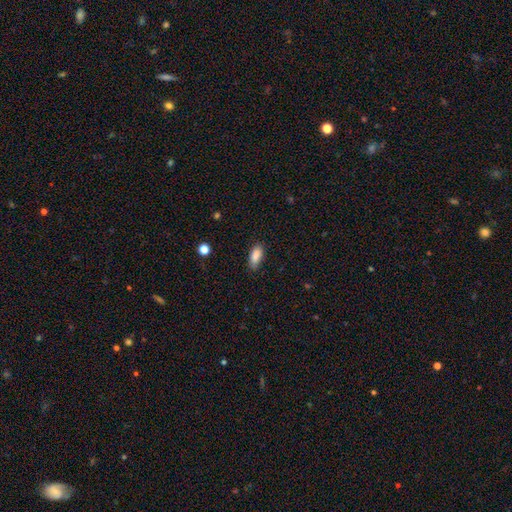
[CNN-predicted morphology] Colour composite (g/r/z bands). It shows a smooth galaxy with no disk features (88%) that is in between round and cigar-shaped (85%). Merging: none (81%).